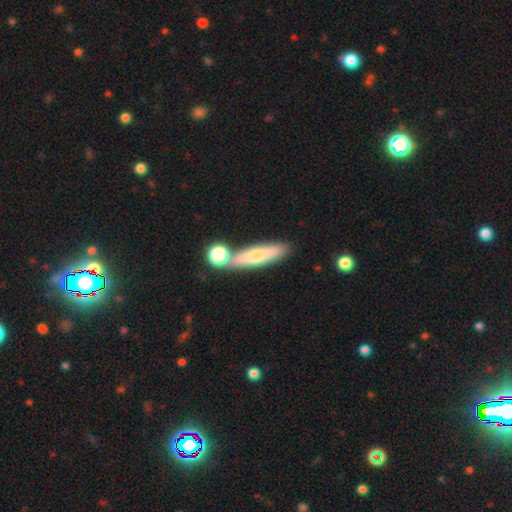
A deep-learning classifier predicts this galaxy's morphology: smooth_or_featured: smooth (p=0.68) [alt: featured or disk p=0.25]
how_rounded: cigar-shaped (p=0.76) [alt: in between p=0.21]
merging: none (p=0.68) [alt: merger p=0.17]